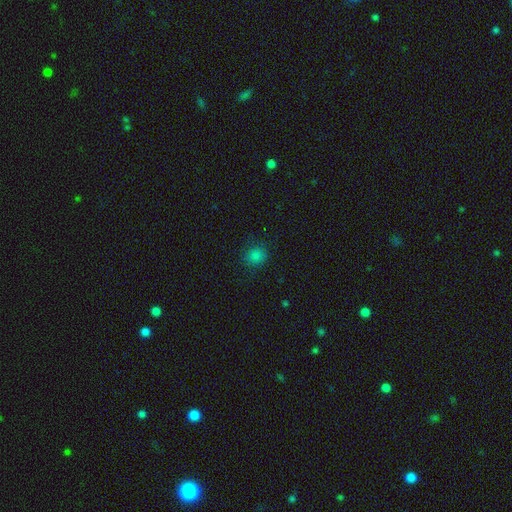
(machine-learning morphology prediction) smooth-or-featured: smooth: 82% | star or artifact: 15% | featured or disk: 3%
  how-rounded: round: 83% | in between: 16% | cigar-shaped: 1%
  merging: none: 85% | minor disturbance: 10% | major disturbance: 3% | merger: 1%